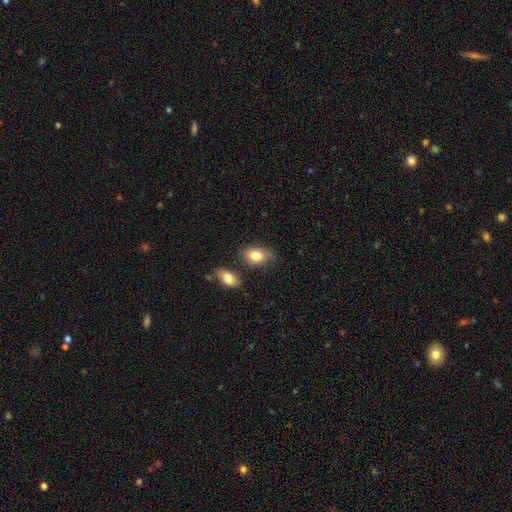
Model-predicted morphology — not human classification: Q: Smooth or featured?
A: smooth (82%); runner-up: featured or disk (11%)
Q: How rounded?
A: in between (87%); runner-up: round (11%)
Q: Merging?
A: none (66%); runner-up: minor disturbance (21%)